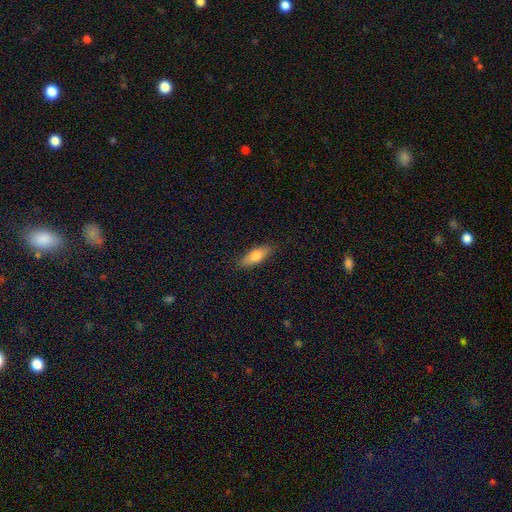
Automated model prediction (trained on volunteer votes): Smooth or featured?
  - smooth: 73% *
  - featured or disk: 21%
  - star or artifact: 6%
How rounded?
  - in between: 64% *
  - cigar-shaped: 34%
  - round: 3%
Merging?
  - none: 86% *
  - minor disturbance: 11%
  - major disturbance: 2%
  - merger: 1%